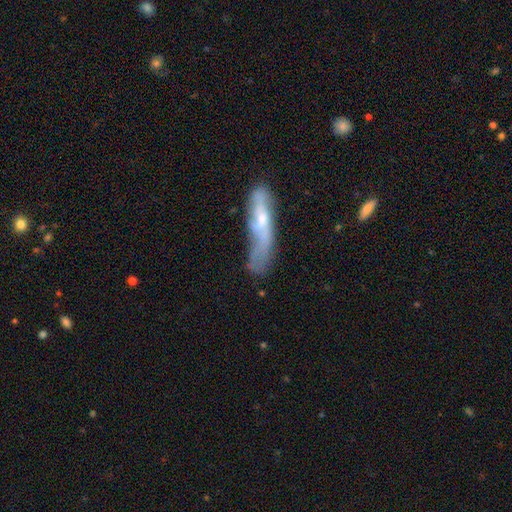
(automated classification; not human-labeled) Morphology: type=featured or disk (50%); merging=none (40%).